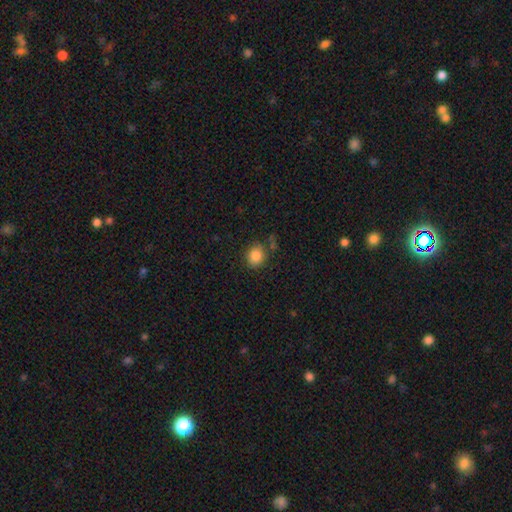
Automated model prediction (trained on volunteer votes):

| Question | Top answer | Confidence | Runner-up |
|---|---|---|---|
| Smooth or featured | smooth | 85% | star or artifact (10%) |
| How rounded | round | 68% | in between (31%) |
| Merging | none | 75% | minor disturbance (14%) |